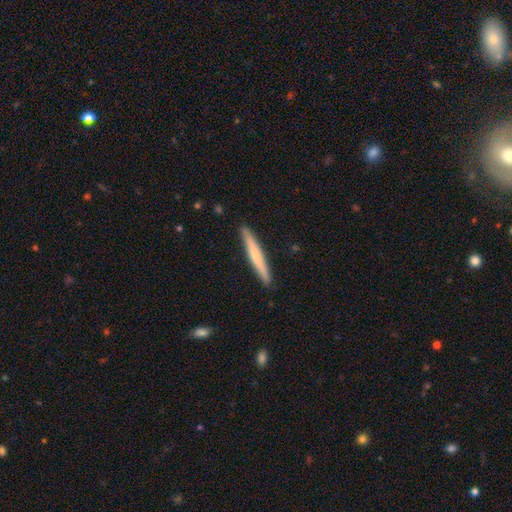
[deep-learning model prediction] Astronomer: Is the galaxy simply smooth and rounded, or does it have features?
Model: smooth — 60%.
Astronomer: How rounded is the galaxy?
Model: cigar-shaped — 96%.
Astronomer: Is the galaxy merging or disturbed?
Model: none — 90%.